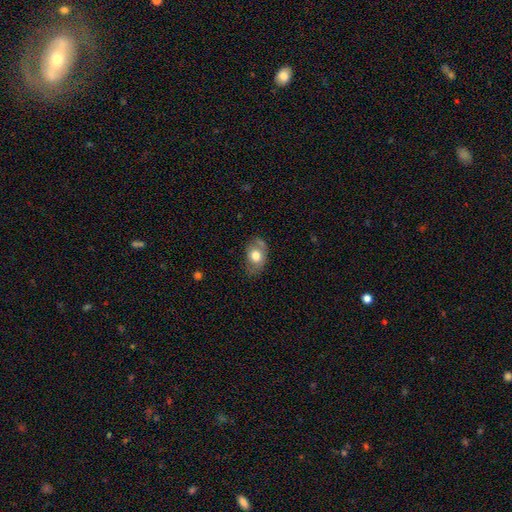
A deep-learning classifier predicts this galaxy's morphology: This appears to be a smooth galaxy with no disk features (68%) that is in between round and cigar-shaped (79%). Merging: none (61%).